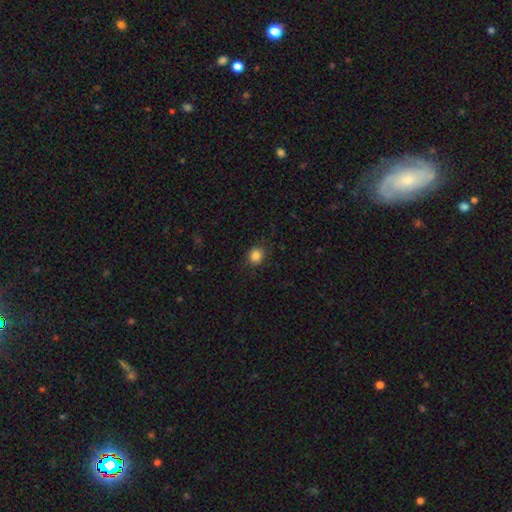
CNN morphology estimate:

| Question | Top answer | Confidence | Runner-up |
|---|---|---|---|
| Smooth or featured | smooth | 85% | star or artifact (11%) |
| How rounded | round | 81% | in between (18%) |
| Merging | none | 85% | minor disturbance (10%) |